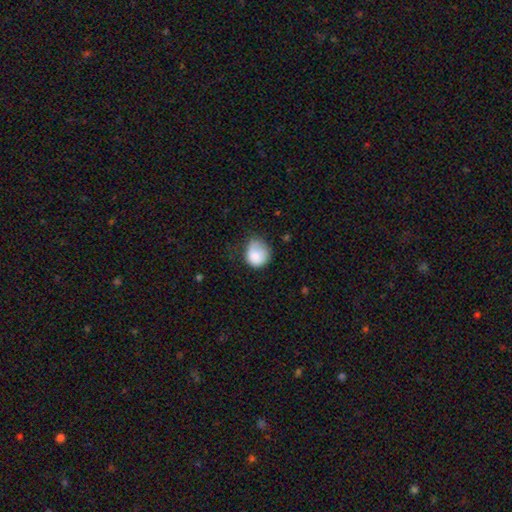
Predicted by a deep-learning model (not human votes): A smooth galaxy with no disk features (83%) that is round (69%). Merging: none (41%).